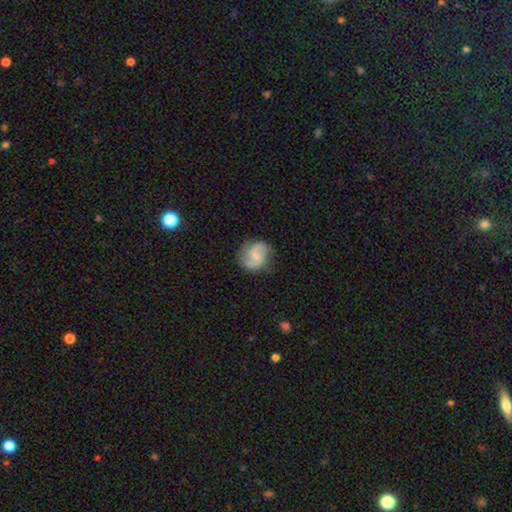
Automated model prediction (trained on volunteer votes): Smooth or featured: featured or disk — 69% (smooth — 25%)
Edge-on disk: no — 98% (yes — 2%)
Bar: weak — 49% (no — 40%)
Spiral arms: yes — 93% (no — 7%)
Spiral winding: medium — 44% (loose — 41%)
Spiral arm count: 2 — 90% (can't tell — 5%)
Bulge size: small — 56% (moderate — 33%)
Merging: none — 79% (minor disturbance — 15%)